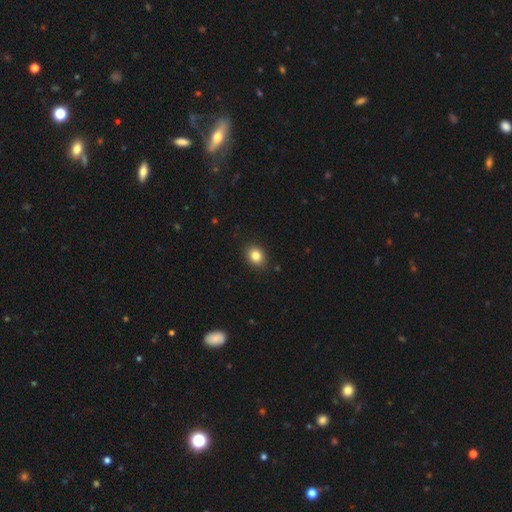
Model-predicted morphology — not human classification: Smooth or featured: smooth — 84% (star or artifact — 10%)
How rounded: round — 50% (in between — 49%)
Merging: none — 89% (minor disturbance — 8%)